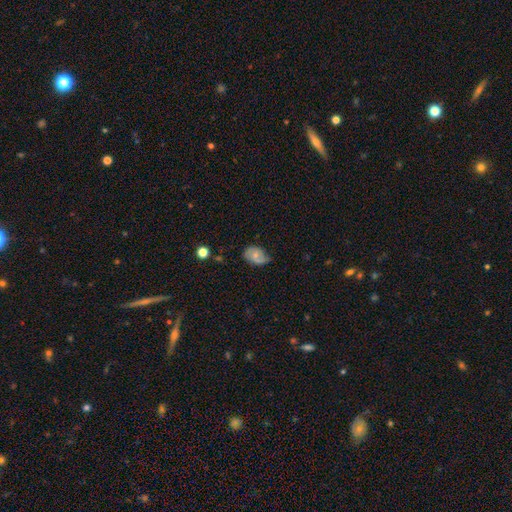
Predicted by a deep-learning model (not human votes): This is possibly a smooth galaxy (52%). How rounded: likely in between (79%). Merging: possibly none (51%).